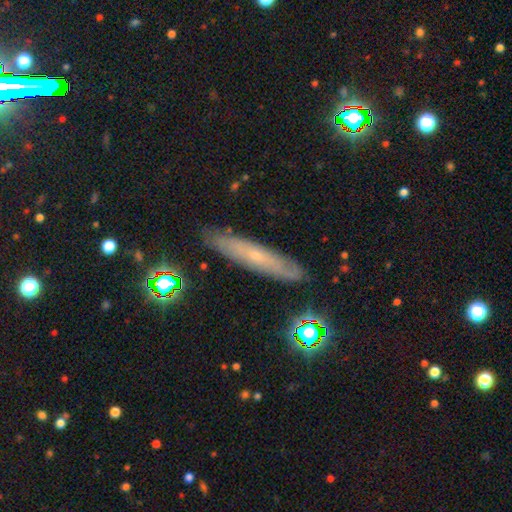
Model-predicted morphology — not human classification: smooth-or-featured: featured or disk: 53% | smooth: 36% | star or artifact: 11%
  disk-edge-on: yes: 63% | no: 37%
  merging: none: 86% | minor disturbance: 10% | major disturbance: 2% | merger: 1%